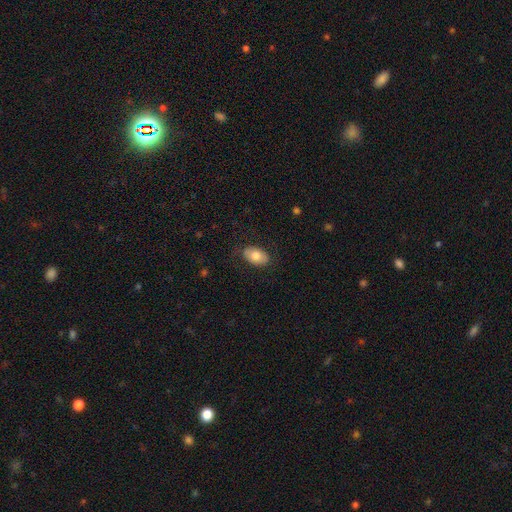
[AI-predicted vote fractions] This is likely a smooth galaxy (77%). How rounded: clearly in between (90%). Merging: clearly none (81%).